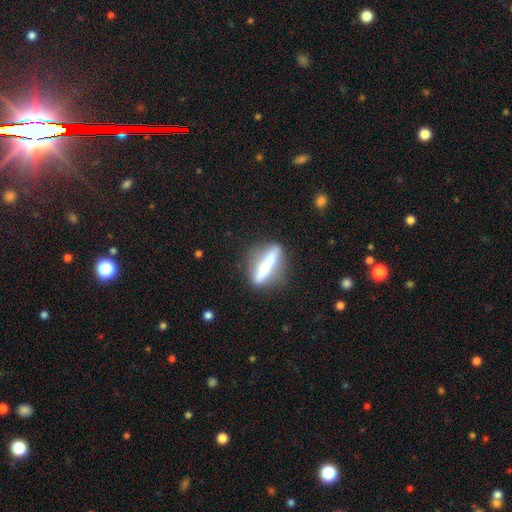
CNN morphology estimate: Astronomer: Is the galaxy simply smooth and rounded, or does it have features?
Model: featured or disk — 47% (runner-up: smooth, 45%).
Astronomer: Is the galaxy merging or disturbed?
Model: none — 76%.